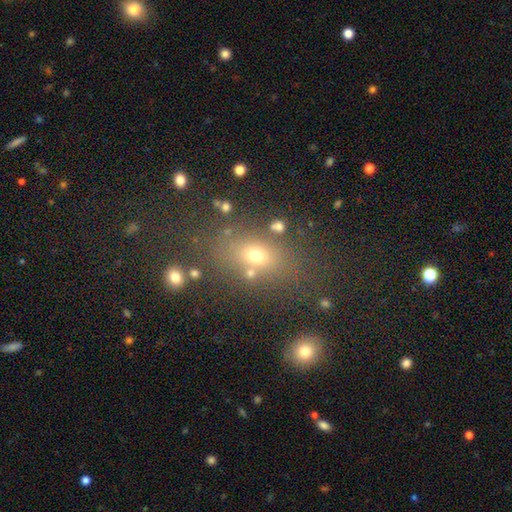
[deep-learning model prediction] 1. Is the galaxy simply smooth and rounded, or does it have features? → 65% smooth, 21% star or artifact, 14% featured or disk.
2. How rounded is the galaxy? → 66% in between, 30% round, 4% cigar-shaped.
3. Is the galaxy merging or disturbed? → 71% none, 13% minor disturbance, 9% merger, 7% major disturbance.